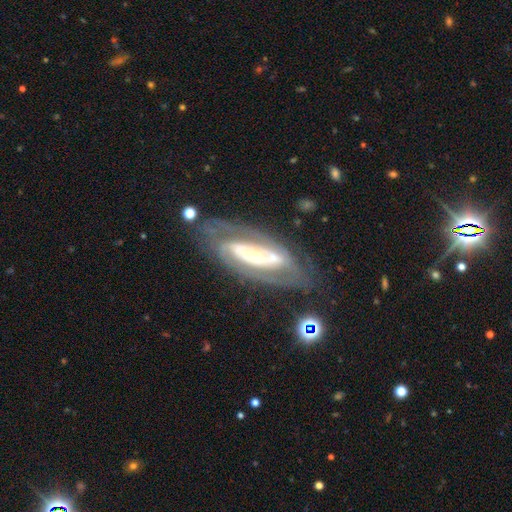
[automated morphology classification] This appears to be a featured or disk galaxy (82%) with no bar (51%), 2 (56%) tight (56%) spiral arms (82%) and a small central bulge (63%). Merging: none (69%).